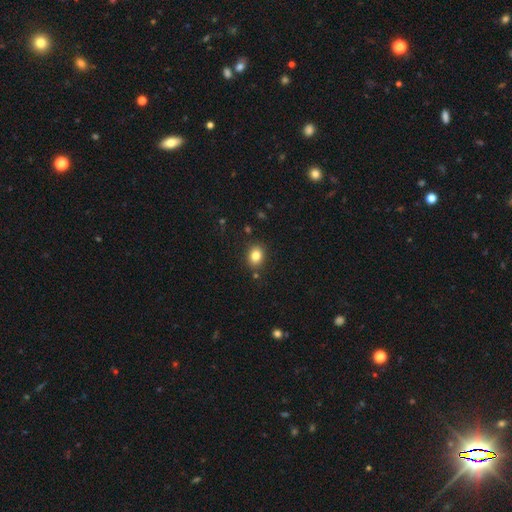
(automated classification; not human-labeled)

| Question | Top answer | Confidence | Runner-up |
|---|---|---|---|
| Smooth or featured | smooth | 83% | star or artifact (10%) |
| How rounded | in between | 55% | round (44%) |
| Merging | none | 85% | minor disturbance (10%) |